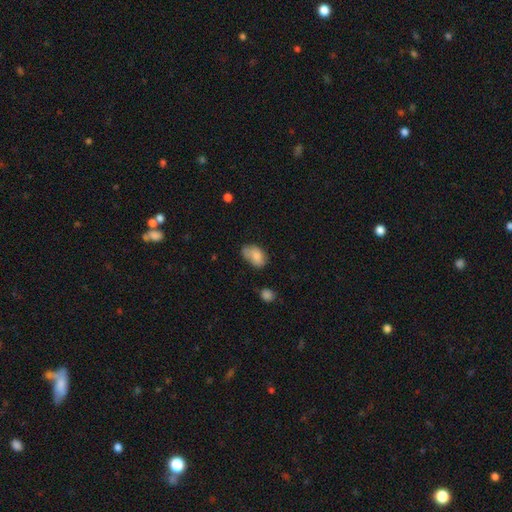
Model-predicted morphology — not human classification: This appears to be a smooth galaxy with no disk features (80%) that is in between round and cigar-shaped (88%). Merging: none (50%).